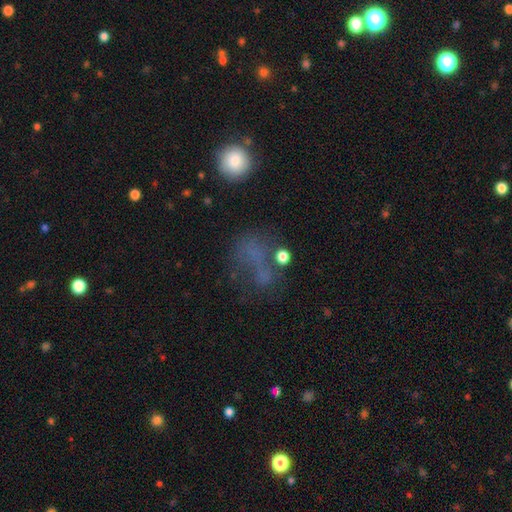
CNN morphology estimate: This is marginally a smooth galaxy (42%). Merging: marginally none (37%, tied with major disturbance).